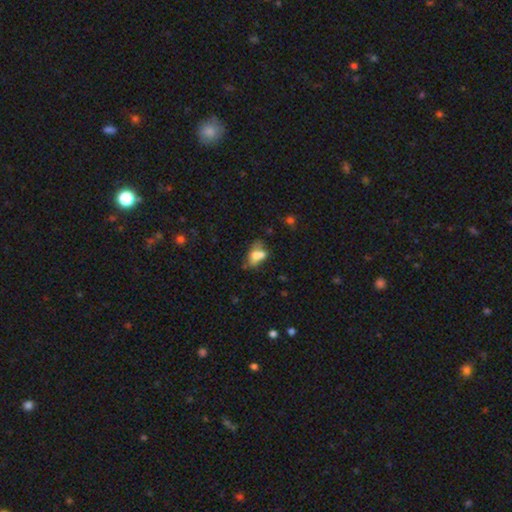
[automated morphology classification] Smooth or featured: smooth — 63% (featured or disk — 25%)
How rounded: in between — 80% (round — 16%)
Merging: merger — 42% (none — 29%)